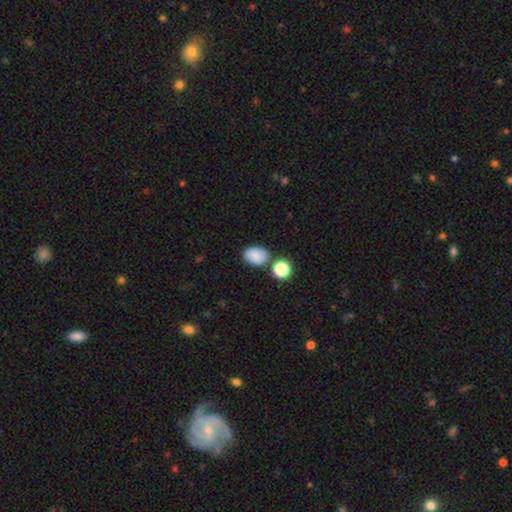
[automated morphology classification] This appears to be a smooth galaxy with no disk features (83%) that is in between round and cigar-shaped (71%). Merging: none (75%).